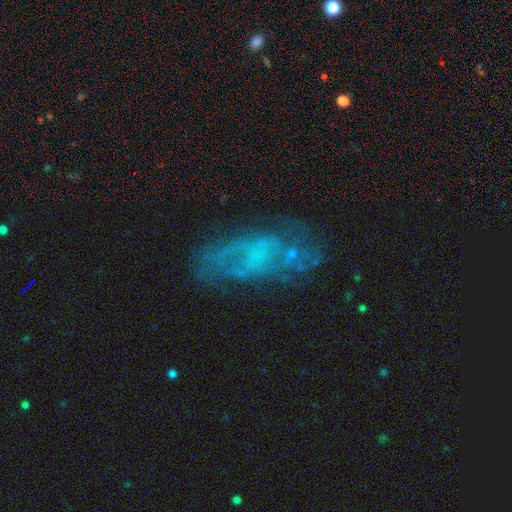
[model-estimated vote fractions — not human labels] This is likely a featured or disk galaxy (70%). It is clearly not viewed edge-on (94%). Bar: likely no (63%). Spiral arm pattern: likely yes (69%). Central bulge: possibly none (47%). Merging: possibly none (58%).